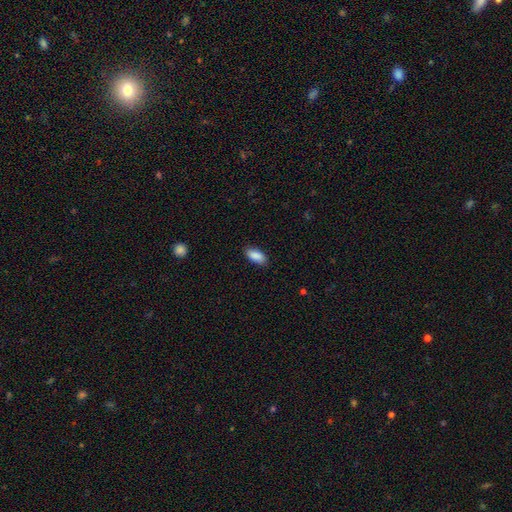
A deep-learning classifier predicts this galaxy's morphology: smooth-or-featured: smooth: 89% | star or artifact: 6% | featured or disk: 4%
  how-rounded: in between: 88% | cigar-shaped: 10% | round: 2%
  merging: none: 86% | minor disturbance: 10% | major disturbance: 2% | merger: 1%